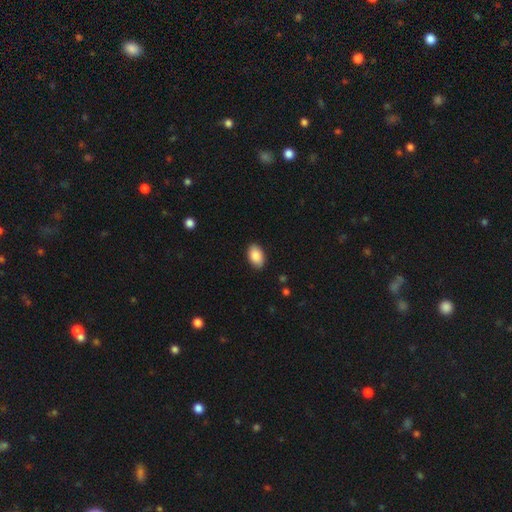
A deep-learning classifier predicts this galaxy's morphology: smooth_or_featured: smooth (p=0.89) [alt: star or artifact p=0.07]
how_rounded: in between (p=0.93) [alt: round p=0.06]
merging: none (p=0.88) [alt: minor disturbance p=0.09]